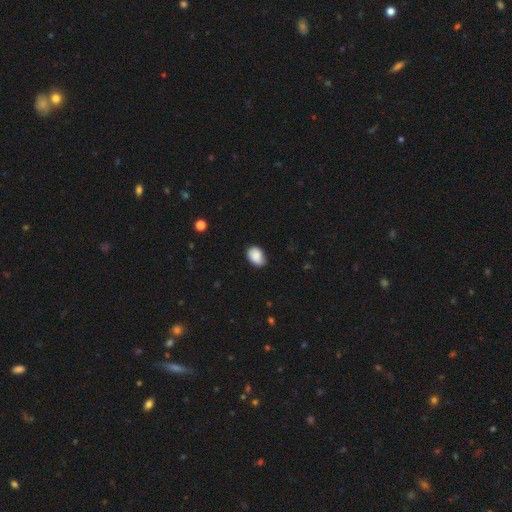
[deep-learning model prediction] Q: Smooth or featured?
A: smooth (87%); runner-up: star or artifact (7%)
Q: How rounded?
A: in between (81%); runner-up: round (18%)
Q: Merging?
A: none (71%); runner-up: minor disturbance (24%)